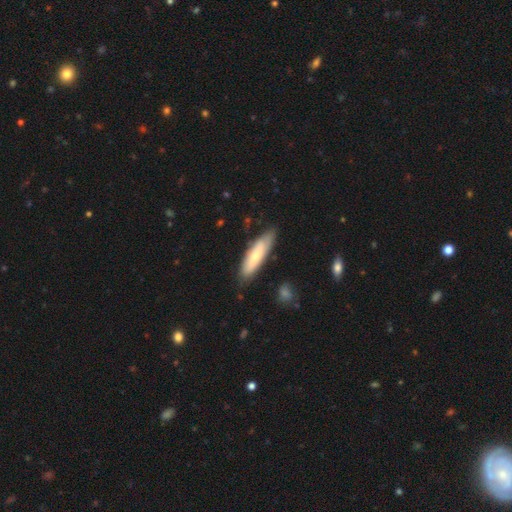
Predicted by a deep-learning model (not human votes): A smooth galaxy with no disk features (64%) that is cigar-shaped (61%). Merging: none (79%).